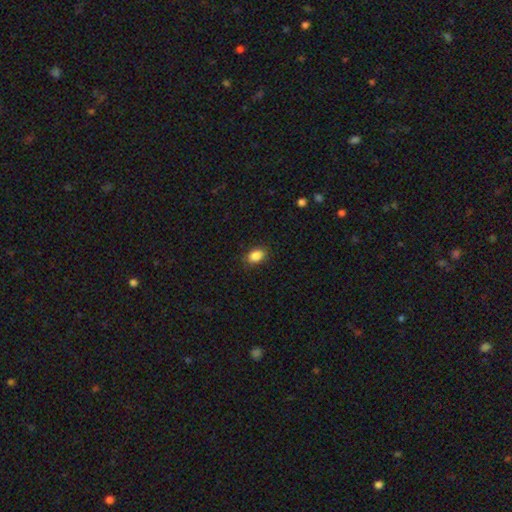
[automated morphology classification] smooth_or_featured: smooth (p=0.87) [alt: star or artifact p=0.09]
how_rounded: in between (p=0.81) [alt: round p=0.17]
merging: none (p=0.86) [alt: minor disturbance p=0.10]